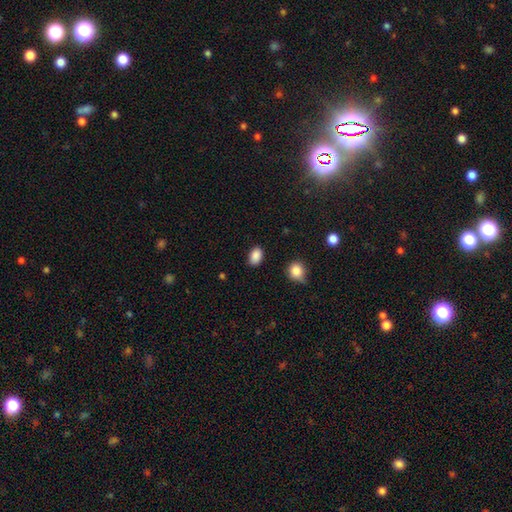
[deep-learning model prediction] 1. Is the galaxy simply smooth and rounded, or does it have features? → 88% smooth, 9% star or artifact, 3% featured or disk.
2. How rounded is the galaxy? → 84% in between, 15% round, 1% cigar-shaped.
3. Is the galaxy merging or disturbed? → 86% none, 10% minor disturbance, 2% major disturbance, 2% merger.